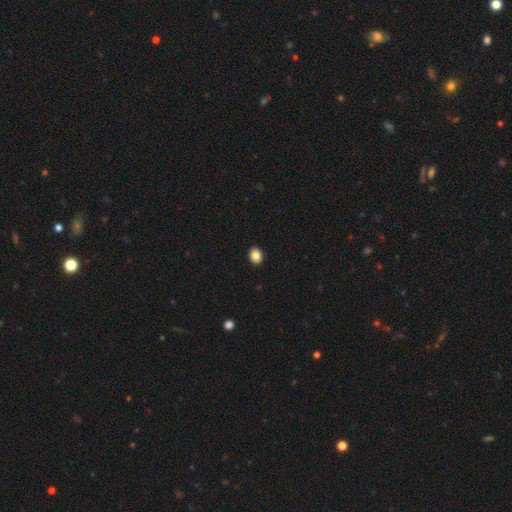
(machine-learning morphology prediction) smooth 87%, star or artifact 9%, featured or disk 4%. Down the decision tree: how rounded — in between (59%); merging — none (92%).